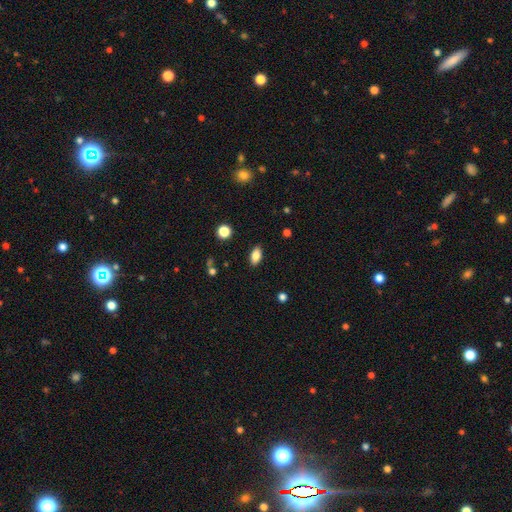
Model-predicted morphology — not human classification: Smooth or featured: smooth — 83% (featured or disk — 9%)
How rounded: in between — 89% (cigar-shaped — 6%)
Merging: none — 88% (minor disturbance — 9%)